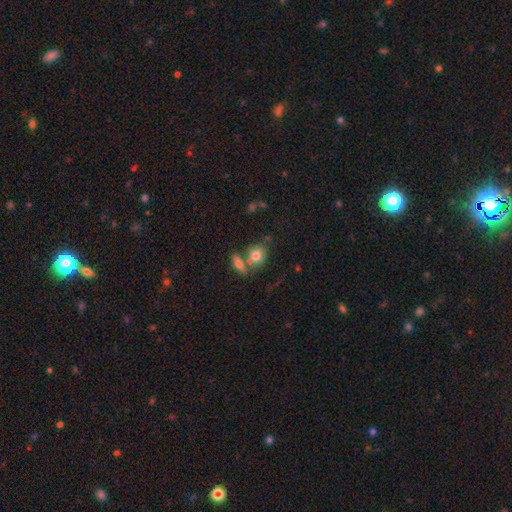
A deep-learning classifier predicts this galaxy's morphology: Q: Smooth or featured?
A: smooth (79%); runner-up: featured or disk (12%)
Q: How rounded?
A: round (60%); runner-up: in between (38%)
Q: Merging?
A: none (52%); runner-up: merger (30%)